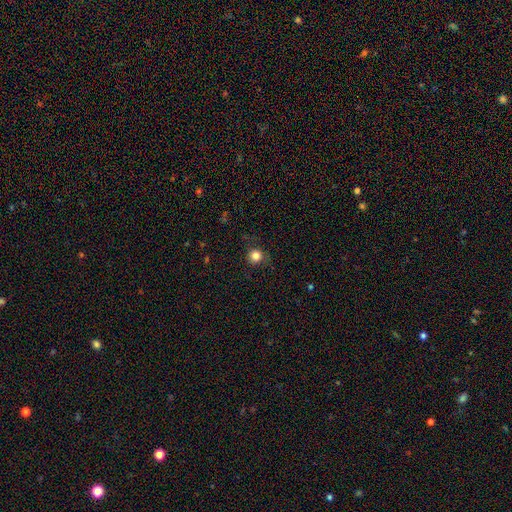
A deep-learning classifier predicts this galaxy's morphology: A smooth galaxy with no disk features (82%) that is round (93%). Merging: none (83%).